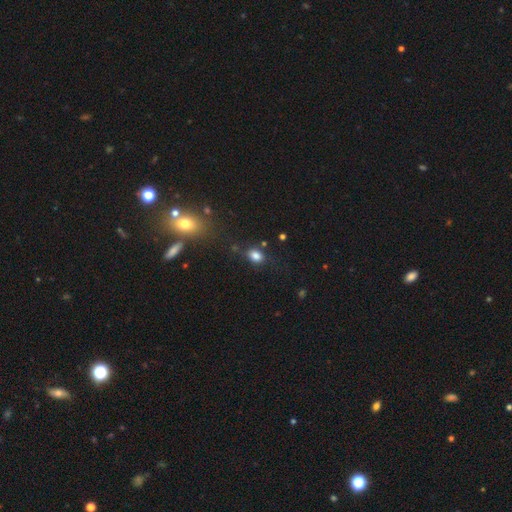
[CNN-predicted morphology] Smooth or featured? smooth (82%)
How rounded? in between (68%)
Merging? none (76%)